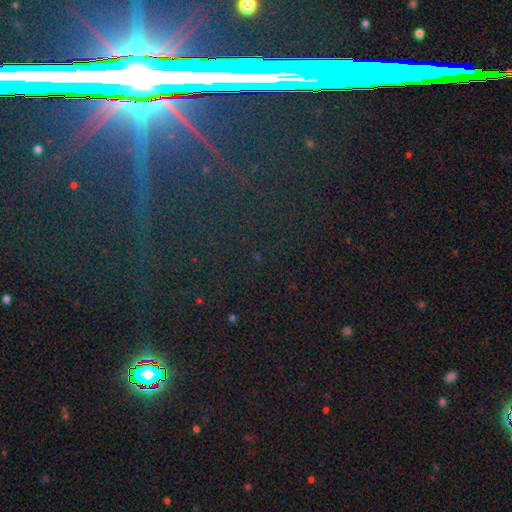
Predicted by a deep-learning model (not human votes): Q: Smooth or featured?
A: star or artifact (80%); runner-up: featured or disk (11%)